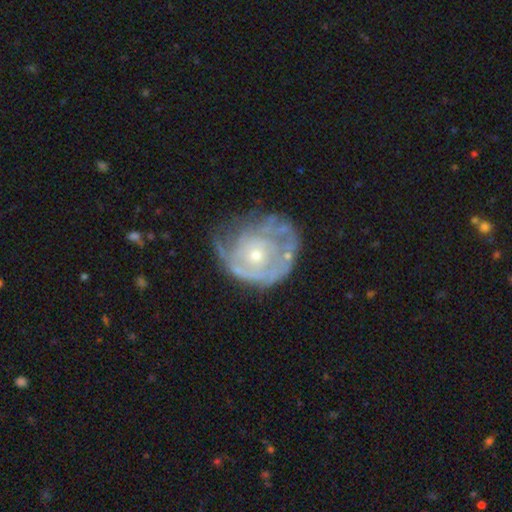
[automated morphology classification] Overall: featured or disk (77%). Edge-on disk: no (98%). Bar: no (85%). Spiral arms: yes (69%; no 31%). Spiral arm count: can't tell (48%; 2 17%). Spiral winding: tight (63%; medium 24%). Bulge size: small (61%; moderate 35%). Merging: none (43%; minor disturbance 28%).